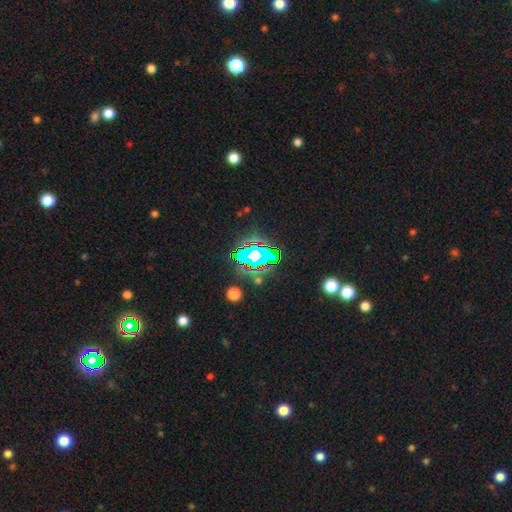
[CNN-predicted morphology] The model was most divided on "smooth or featured": star or artifact: 73%, smooth: 15%, featured or disk: 11%.